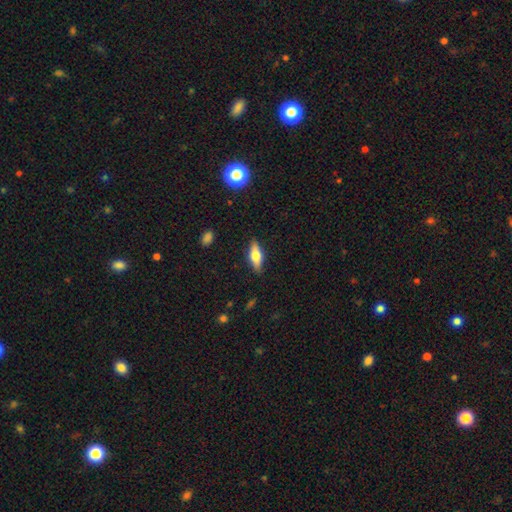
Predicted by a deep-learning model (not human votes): This appears to be a smooth galaxy with no disk features (53%) that is in between round and cigar-shaped (64%). Merging: none (87%).